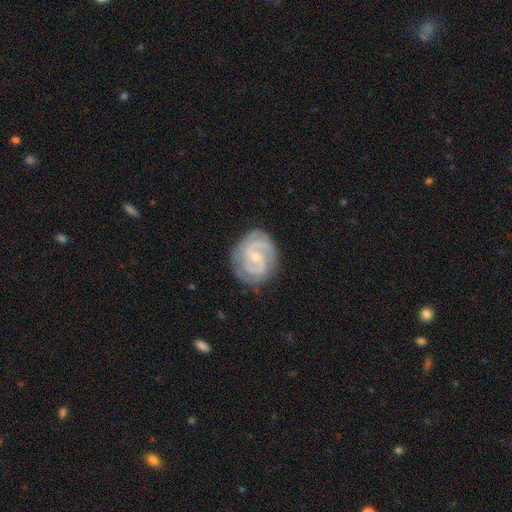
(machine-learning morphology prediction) type=featured or disk (88%); edge-on=no (98%); bar=weak (47%); spiral arms=yes (97%); winding=tight (56%); arm count=2 (70%); bulge=small (64%); merging=none (79%).